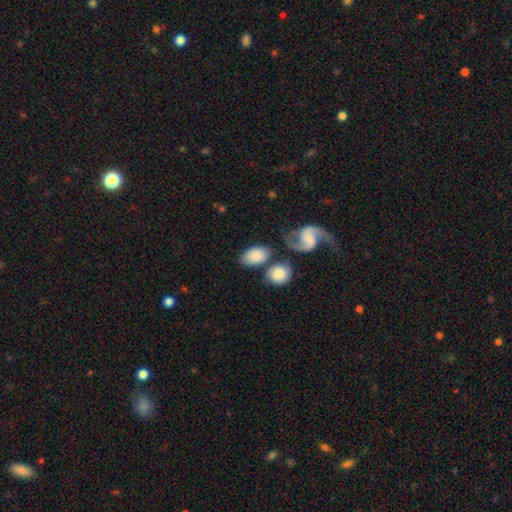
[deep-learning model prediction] Smooth or featured? Predicted: smooth (p=0.72). How rounded? Predicted: in between (p=0.88). Merging? Predicted: none (p=0.55).